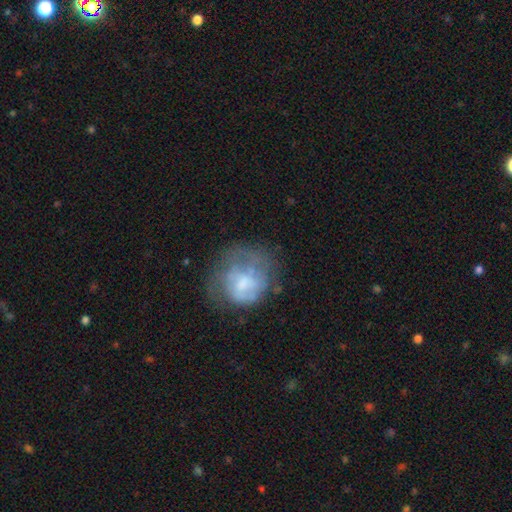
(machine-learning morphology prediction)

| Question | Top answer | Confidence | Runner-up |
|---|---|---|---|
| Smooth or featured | featured or disk | 51% | smooth (35%) |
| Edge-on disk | no | 97% | yes (3%) |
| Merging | none | 59% | minor disturbance (22%) |